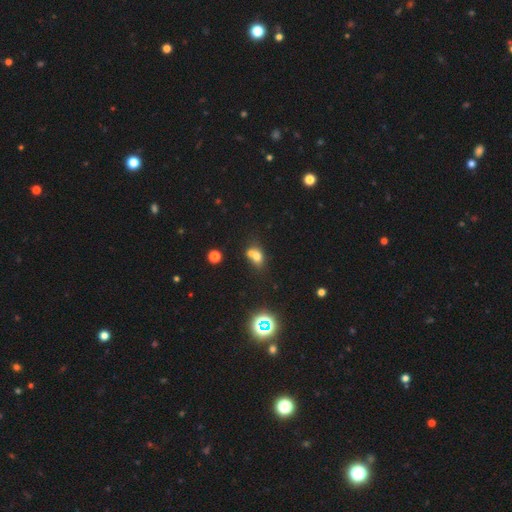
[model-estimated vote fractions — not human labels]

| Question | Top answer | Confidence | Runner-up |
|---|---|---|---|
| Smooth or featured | smooth | 66% | star or artifact (18%) |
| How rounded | round | 49% | tied: in between (49%) |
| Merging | merger | 56% | none (30%) |